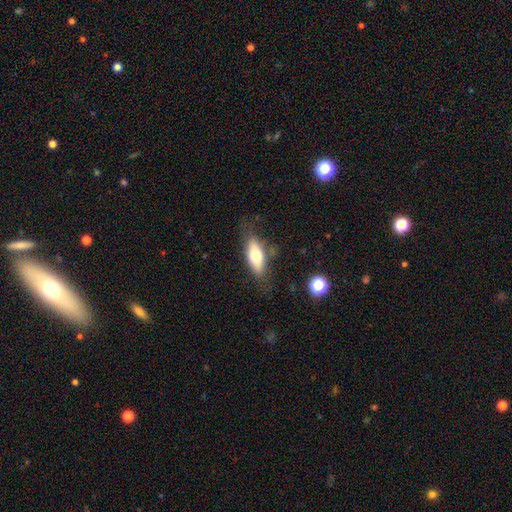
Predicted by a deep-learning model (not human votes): Morphology: type=smooth (68%); roundness=in between (72%); merging=none (70%).